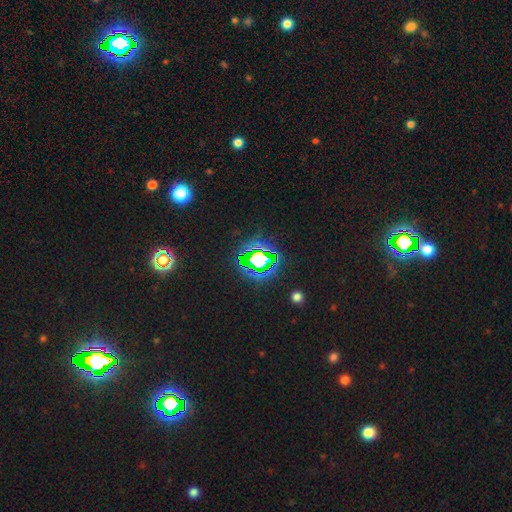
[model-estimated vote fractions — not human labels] Smooth or featured? Predicted: star or artifact (p=0.74).